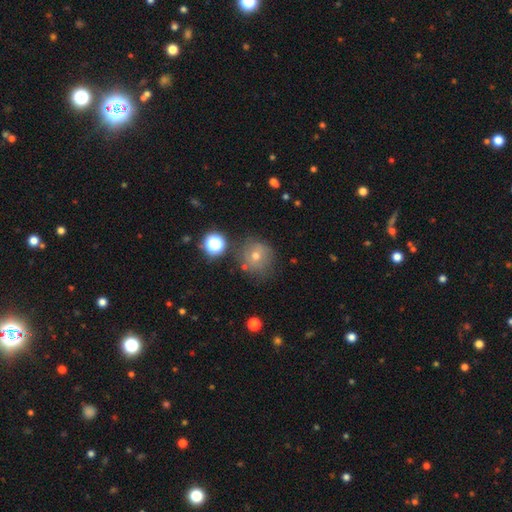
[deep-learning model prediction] smooth-or-featured: smooth: 59% | featured or disk: 22% | star or artifact: 19%
  how-rounded: round: 90% | in between: 9% | cigar-shaped: 1%
  merging: none: 72% | minor disturbance: 16% | major disturbance: 6% | merger: 6%